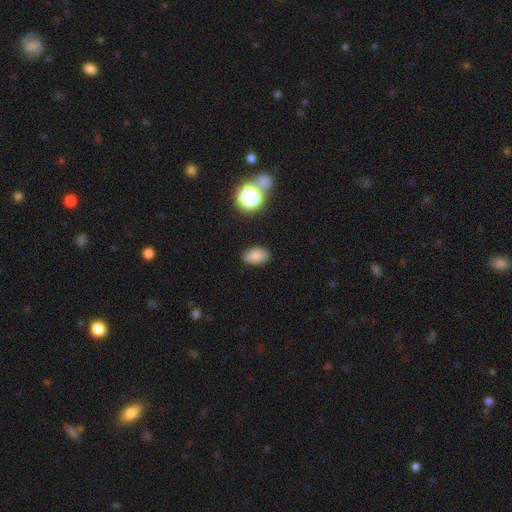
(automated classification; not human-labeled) A smooth galaxy with no disk features (82%) that is in between round and cigar-shaped (90%).

Vote fractions:
- Smooth or featured? smooth: 82% / star or artifact: 11% / featured or disk: 7%
- How rounded? in between: 90% / round: 9% / cigar-shaped: 1%
- Merging? none: 87% / minor disturbance: 10% / major disturbance: 2% / merger: 1%